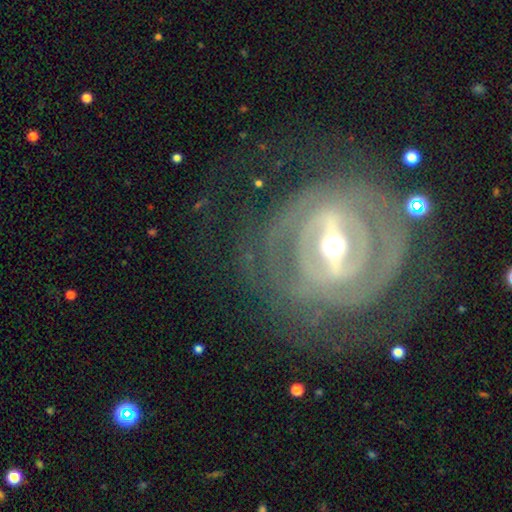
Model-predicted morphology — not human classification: The model was most divided on "spiral arm count": can't tell: 34%, 2: 22%, 3: 16%, 4: 12%, more than 4: 9%, 1: 6%. More confident: edge-on disk — no (92%); smooth or featured — featured or disk (90%); spiral arms — yes (90%); spiral winding — tight (76%); merging — none (74%); bar — strong (70%); bulge size — moderate (62%).